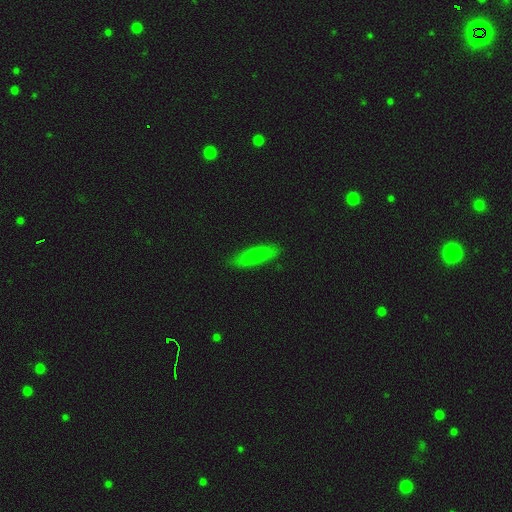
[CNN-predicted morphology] type=smooth (73%); roundness=cigar-shaped (63%); merging=none (84%).